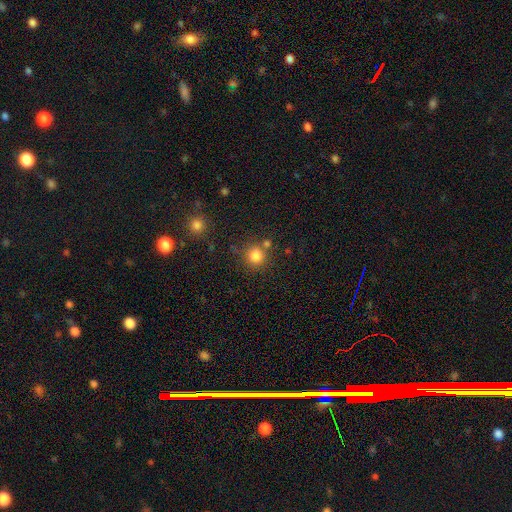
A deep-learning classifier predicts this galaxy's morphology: The model was most divided on "merging": none: 76%, merger: 12%, minor disturbance: 9%, major disturbance: 3%. More confident: how rounded — round (92%); smooth or featured — smooth (82%).